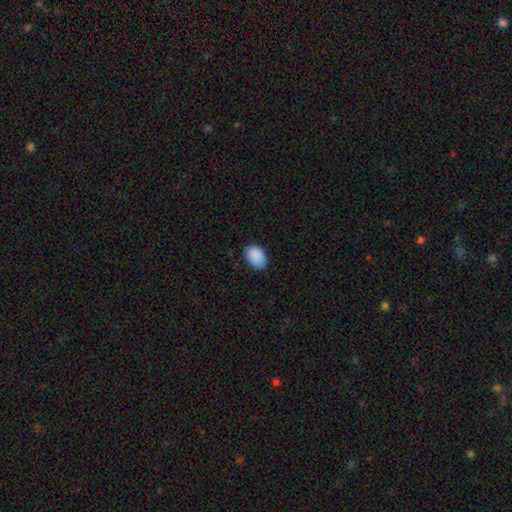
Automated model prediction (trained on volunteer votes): This appears to be a smooth galaxy with no disk features (90%) that is in between round and cigar-shaped (90%). Merging: none (81%).